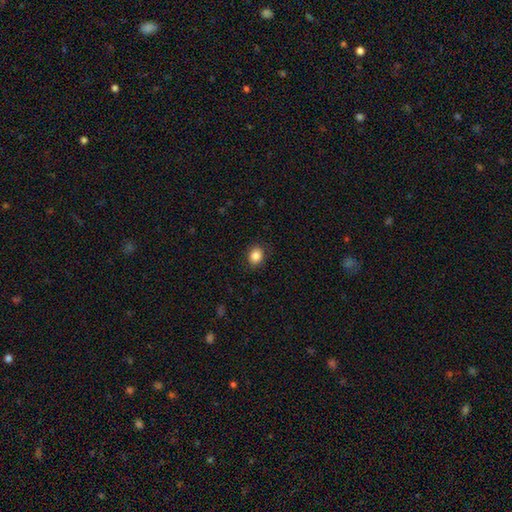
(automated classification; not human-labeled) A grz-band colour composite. It shows a smooth galaxy with no disk features (86%) that is round (60%). Merging: none (88%).